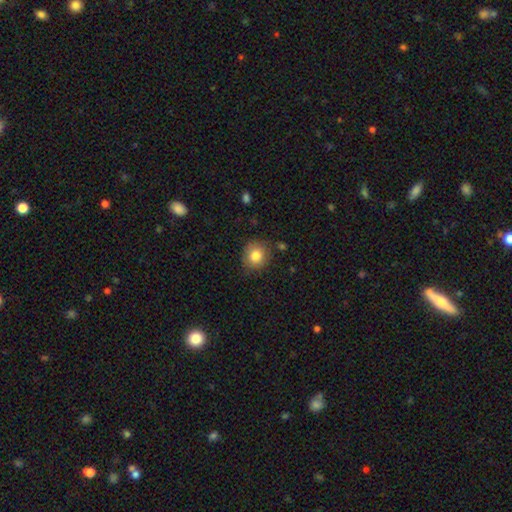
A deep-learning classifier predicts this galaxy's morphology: Smooth or featured: smooth — 81% (star or artifact — 10%)
How rounded: round — 84% (in between — 15%)
Merging: none — 82% (minor disturbance — 13%)